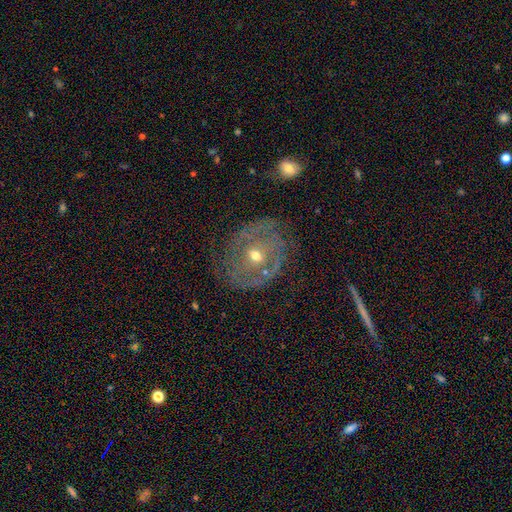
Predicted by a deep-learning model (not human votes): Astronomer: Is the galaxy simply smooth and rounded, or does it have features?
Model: featured or disk — 76%.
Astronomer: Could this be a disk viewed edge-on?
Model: no — 96%.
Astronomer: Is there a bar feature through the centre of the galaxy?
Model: no — 62%.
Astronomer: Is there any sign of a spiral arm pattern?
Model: yes — 68%.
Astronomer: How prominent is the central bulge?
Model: moderate — 60% (runner-up: small, 36%).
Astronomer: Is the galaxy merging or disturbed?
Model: none — 68%.